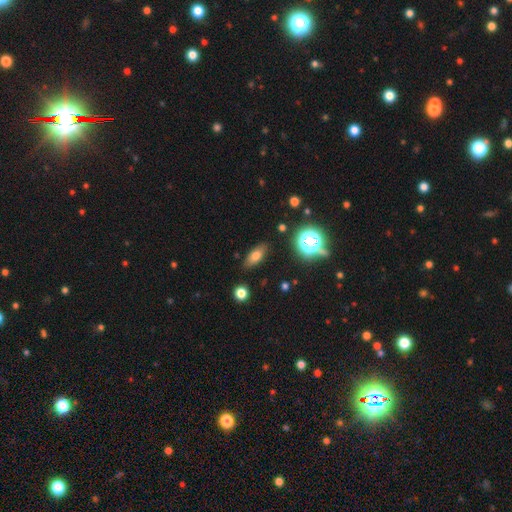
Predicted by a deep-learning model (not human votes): smooth_or_featured: smooth (p=0.68) [alt: featured or disk p=0.18]
how_rounded: in between (p=0.75) [alt: cigar-shaped p=0.17]
merging: none (p=0.84) [alt: minor disturbance p=0.12]